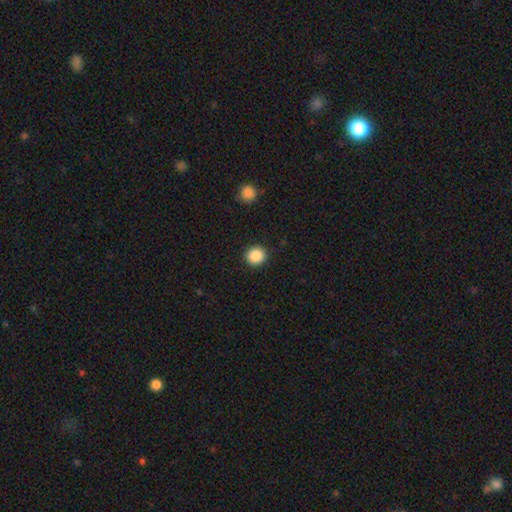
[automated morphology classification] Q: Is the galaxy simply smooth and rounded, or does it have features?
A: smooth — 88%.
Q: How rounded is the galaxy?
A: round — 92%.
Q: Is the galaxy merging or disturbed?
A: none — 92%.